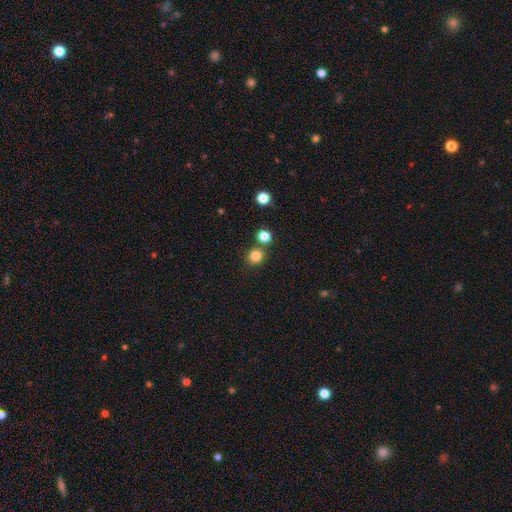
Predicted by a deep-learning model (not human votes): Smooth or featured? Predicted: smooth (p=0.82). How rounded? Predicted: round (p=0.90). Merging? Predicted: none (p=0.78).